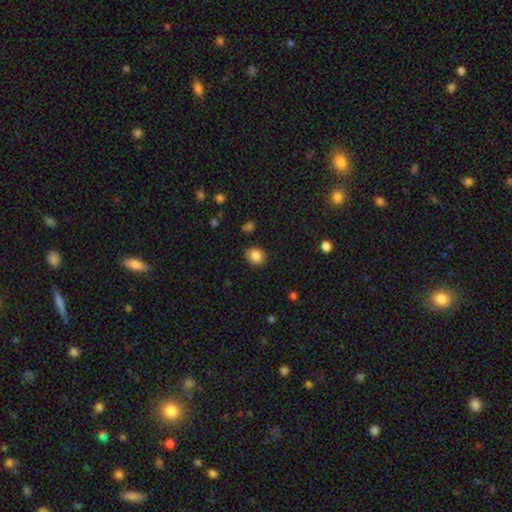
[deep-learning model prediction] Overall: smooth (85%). How rounded: round (58%; in between 41%). Merging: none (85%).